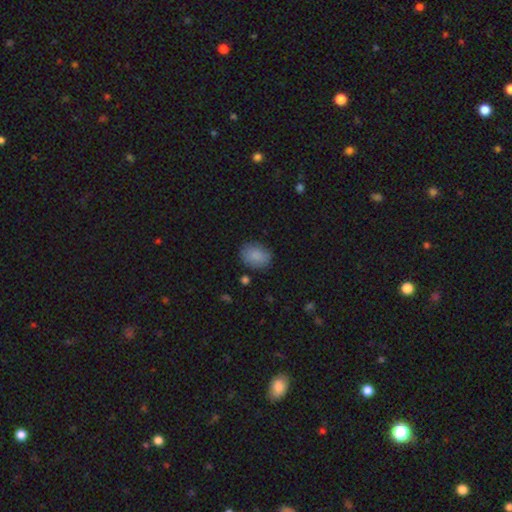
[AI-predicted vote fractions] Smooth or featured: smooth — 87% (star or artifact — 7%)
How rounded: in between — 60% (round — 39%)
Merging: none — 81% (minor disturbance — 14%)